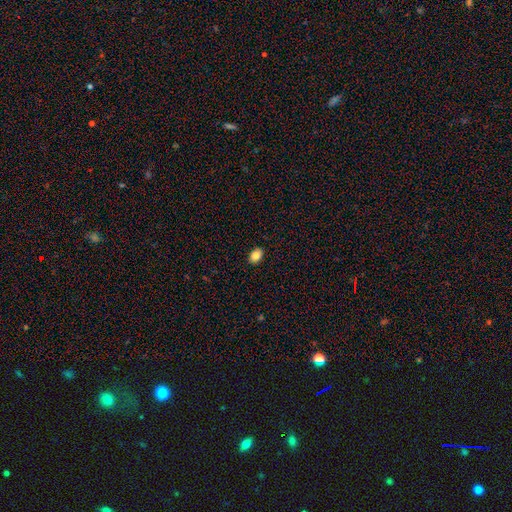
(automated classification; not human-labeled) Q: Smooth or featured?
A: smooth (85%); runner-up: star or artifact (9%)
Q: How rounded?
A: in between (79%); runner-up: round (20%)
Q: Merging?
A: none (89%); runner-up: minor disturbance (8%)